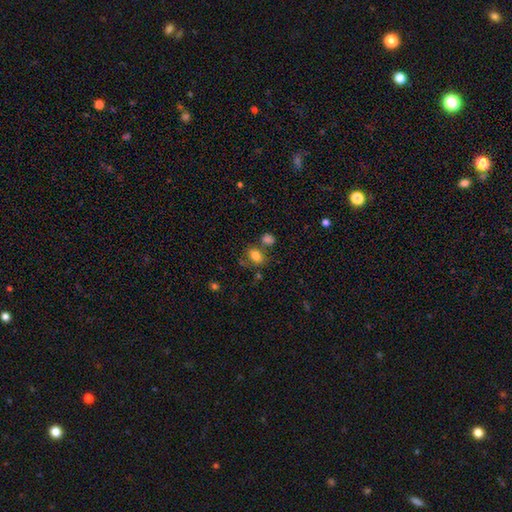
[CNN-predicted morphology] smooth_or_featured: smooth (p=0.79) [alt: star or artifact p=0.11]
how_rounded: in between (p=0.74) [alt: round p=0.24]
merging: none (p=0.59) [alt: merger p=0.18]